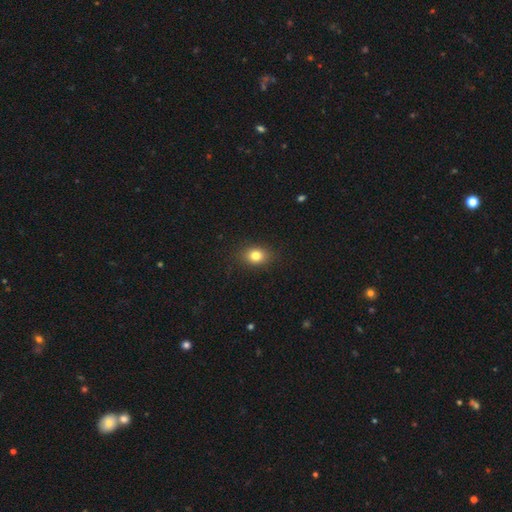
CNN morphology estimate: Smooth or featured?
  - smooth: 81% *
  - star or artifact: 11%
  - featured or disk: 8%
How rounded?
  - in between: 55% *
  - round: 43%
  - cigar-shaped: 1%
Merging?
  - none: 87% *
  - minor disturbance: 9%
  - major disturbance: 3%
  - merger: 1%